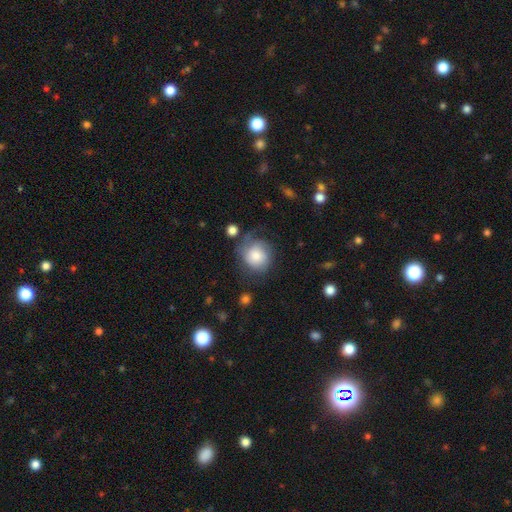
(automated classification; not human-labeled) smooth 60%, featured or disk 32%, star or artifact 8%. Down the decision tree: how rounded — round (81%); merging — none (50%).